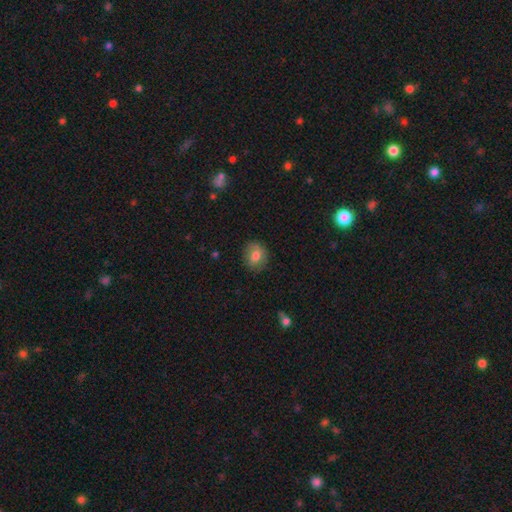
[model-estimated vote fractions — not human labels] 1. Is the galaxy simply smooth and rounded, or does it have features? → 76% smooth, 15% featured or disk, 9% star or artifact.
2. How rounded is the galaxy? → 66% round, 33% in between, 1% cigar-shaped.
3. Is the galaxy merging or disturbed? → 79% none, 16% minor disturbance, 4% major disturbance, 1% merger.